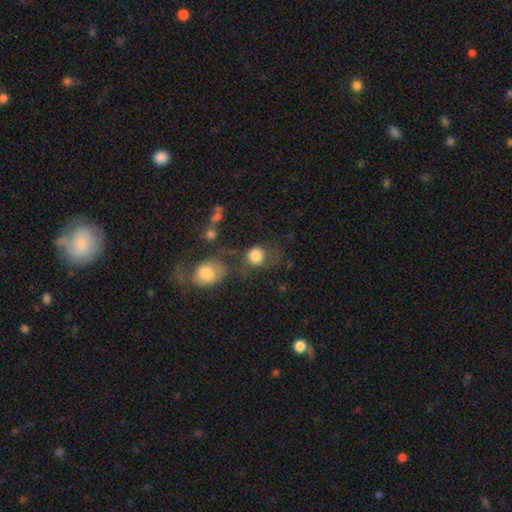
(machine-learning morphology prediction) Q: Smooth or featured?
A: smooth (79%); runner-up: featured or disk (12%)
Q: How rounded?
A: round (74%); runner-up: in between (25%)
Q: Merging?
A: none (43%); runner-up: minor disturbance (20%)